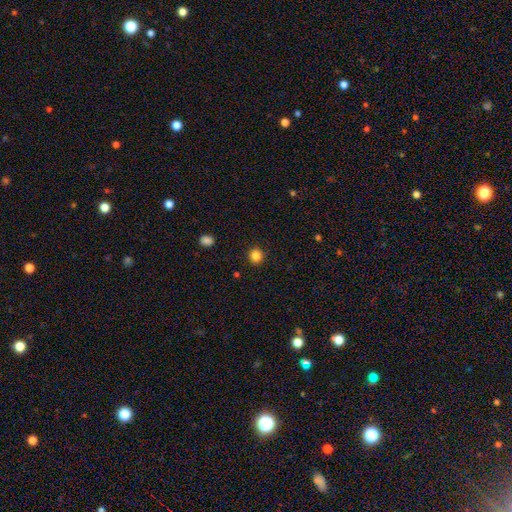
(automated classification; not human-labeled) Smooth or featured? smooth (84%)
How rounded? round (89%)
Merging? none (91%)